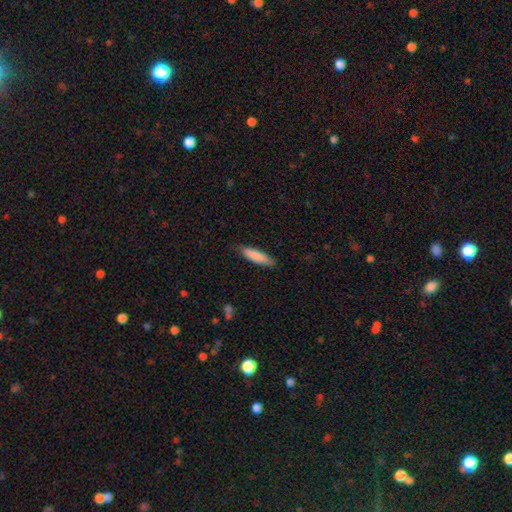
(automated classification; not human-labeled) The model was most divided on "how rounded": cigar-shaped: 72%, in between: 27%, round: 1%. More confident: smooth or featured — smooth (85%); merging — none (82%).